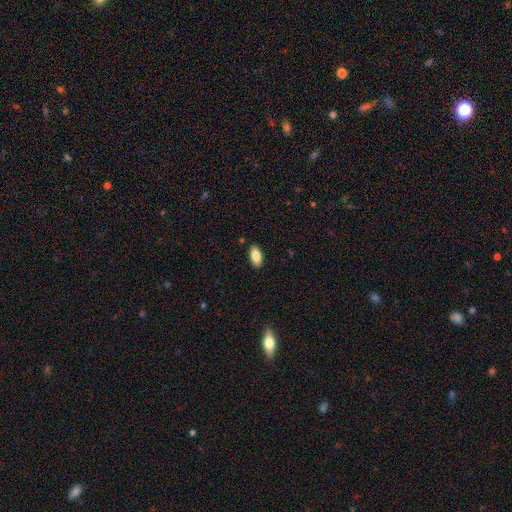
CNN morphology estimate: A smooth galaxy with no disk features (84%) that is in between round and cigar-shaped (93%). Merging: none (89%).